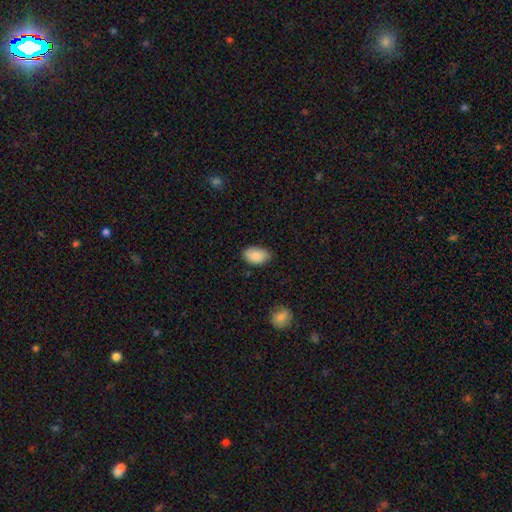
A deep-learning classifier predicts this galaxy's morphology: Smooth or featured?
  - smooth: 87% *
  - star or artifact: 7%
  - featured or disk: 6%
How rounded?
  - in between: 91% *
  - round: 8%
  - cigar-shaped: 1%
Merging?
  - none: 76% *
  - minor disturbance: 20%
  - major disturbance: 3%
  - merger: 1%